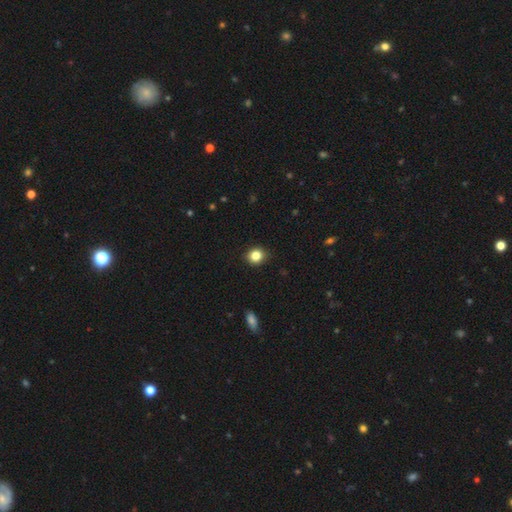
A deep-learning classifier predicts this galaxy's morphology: type=smooth (84%); roundness=round (84%); merging=none (91%).